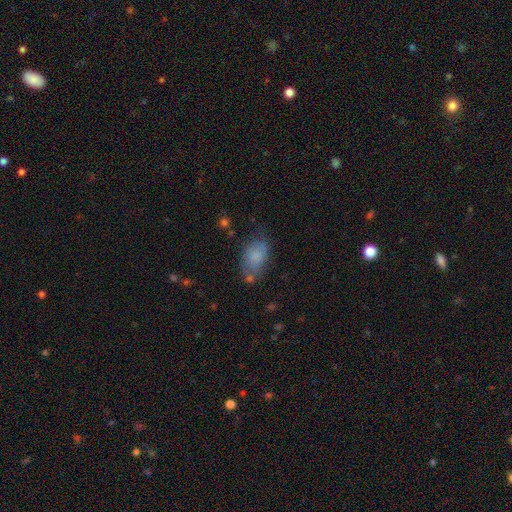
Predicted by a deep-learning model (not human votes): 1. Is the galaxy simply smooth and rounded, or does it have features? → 79% smooth, 13% featured or disk, 8% star or artifact.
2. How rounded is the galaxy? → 90% in between, 8% round, 2% cigar-shaped.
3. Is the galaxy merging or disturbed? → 56% none, 27% minor disturbance, 9% major disturbance, 8% merger.